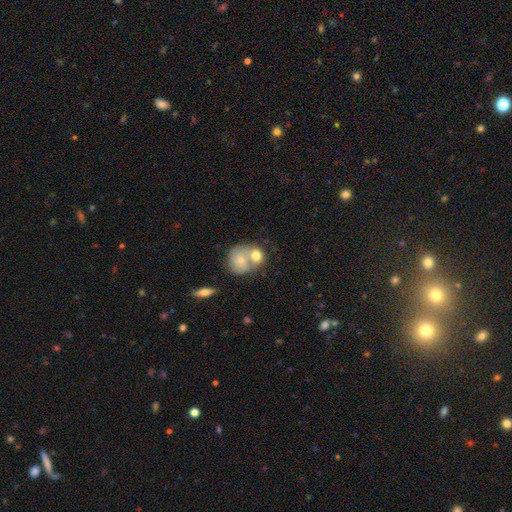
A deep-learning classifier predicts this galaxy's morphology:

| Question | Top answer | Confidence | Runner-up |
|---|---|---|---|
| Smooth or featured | smooth | 71% | featured or disk (22%) |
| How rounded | round | 64% | in between (34%) |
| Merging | merger | 61% | none (26%) |